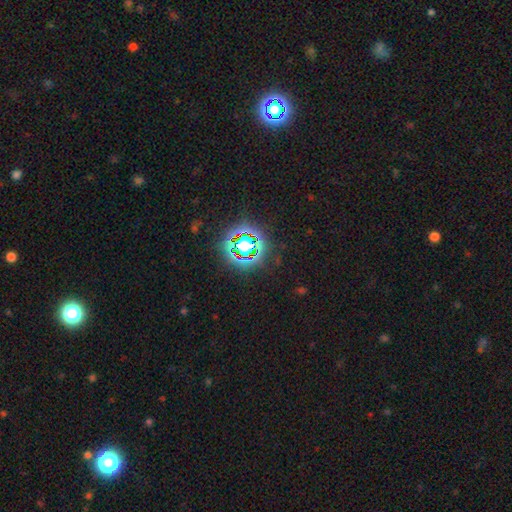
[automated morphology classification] Q: Smooth or featured?
A: star or artifact (78%); runner-up: smooth (13%)